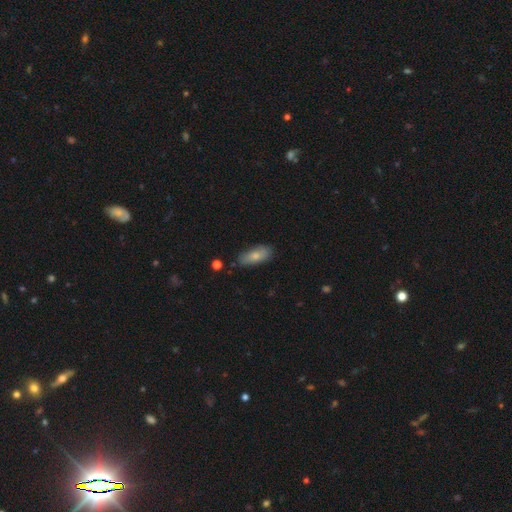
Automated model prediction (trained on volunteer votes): Overall: smooth (76%). How rounded: in between (77%). Merging: none (76%).